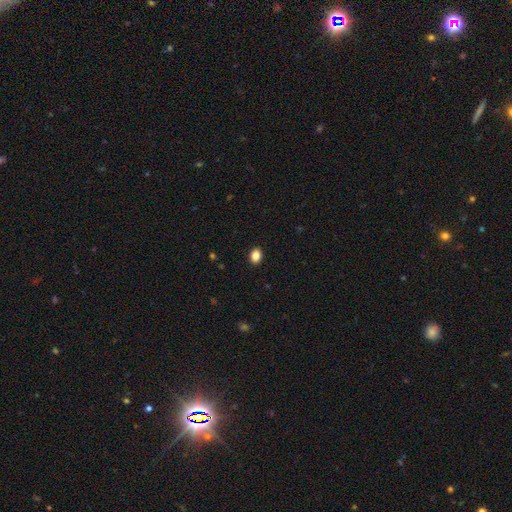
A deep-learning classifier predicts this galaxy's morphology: This is clearly a smooth galaxy (86%). How rounded: likely in between (67%). Merging: clearly none (91%).